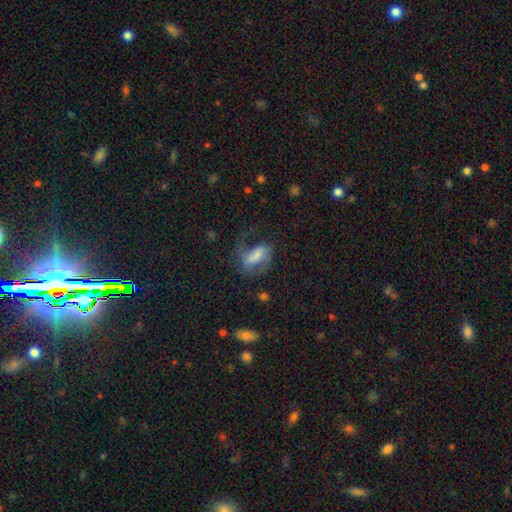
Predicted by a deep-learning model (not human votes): The model was most divided on "smooth or featured": featured or disk: 48%, smooth: 42%, star or artifact: 10%. Remaining: merging — none (43%).